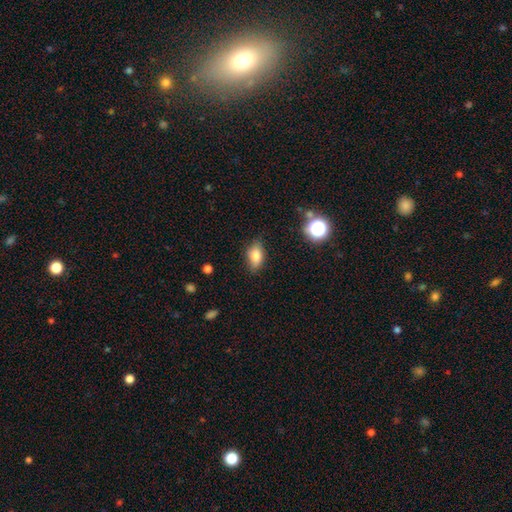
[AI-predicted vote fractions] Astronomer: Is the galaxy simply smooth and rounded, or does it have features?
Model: smooth — 77%.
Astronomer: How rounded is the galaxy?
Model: in between — 84%.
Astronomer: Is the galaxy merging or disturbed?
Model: none — 78%.